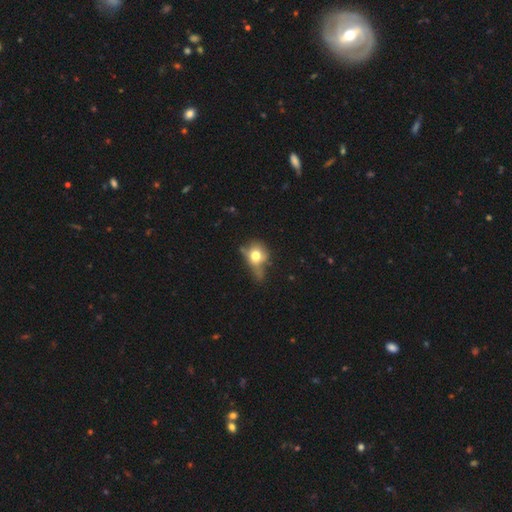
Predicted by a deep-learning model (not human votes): This is likely a smooth galaxy (66%). How rounded: likely round (61%). Merging: marginally none (34%).